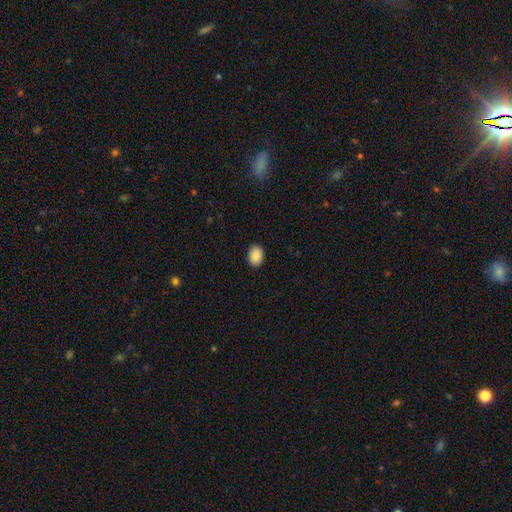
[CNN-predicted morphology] Q: Smooth or featured?
A: smooth (88%); runner-up: star or artifact (8%)
Q: How rounded?
A: in between (72%); runner-up: round (27%)
Q: Merging?
A: none (90%); runner-up: minor disturbance (7%)